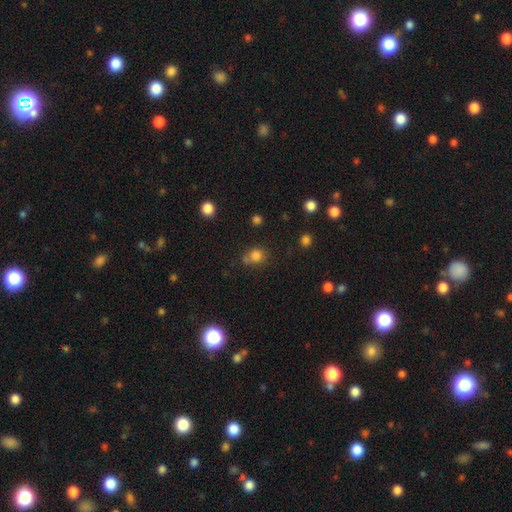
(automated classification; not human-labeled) Smooth or featured? smooth (79%)
How rounded? round (80%)
Merging? none (60%)